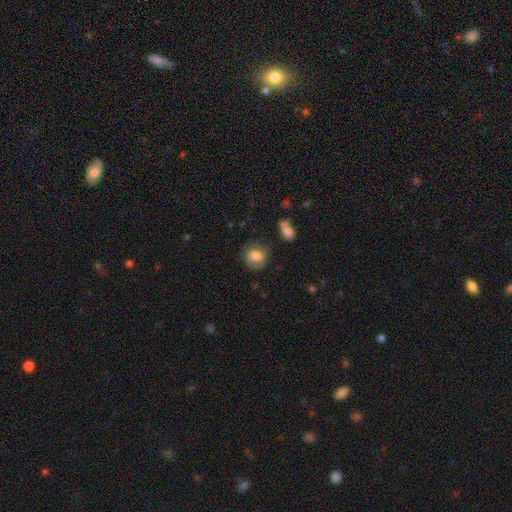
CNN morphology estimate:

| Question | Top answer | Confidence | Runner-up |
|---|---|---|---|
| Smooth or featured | smooth | 71% | featured or disk (20%) |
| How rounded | round | 63% | in between (36%) |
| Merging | none | 67% | minor disturbance (21%) |